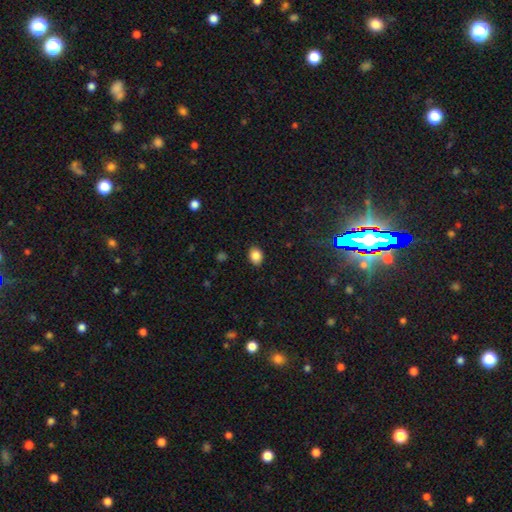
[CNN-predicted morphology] Smooth or featured? Predicted: smooth (p=0.86). How rounded? Predicted: in between (p=0.56). Merging? Predicted: none (p=0.89).